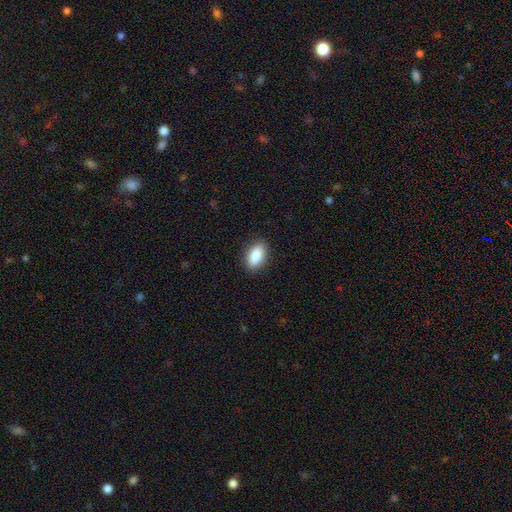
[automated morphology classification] This is clearly a smooth galaxy (87%). How rounded: clearly in between (91%). Merging: clearly none (88%).